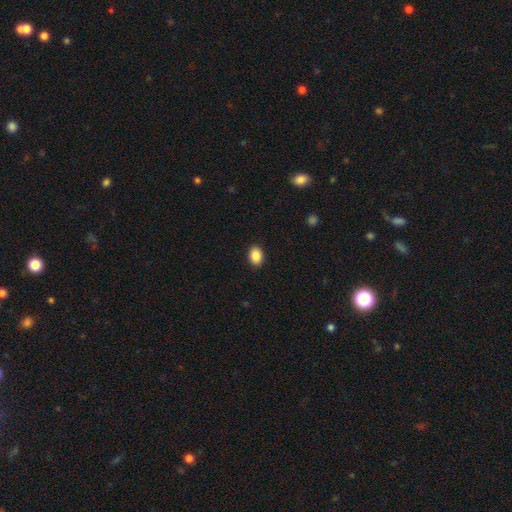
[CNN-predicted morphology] The model was most divided on "how rounded": in between: 75%, round: 24%, cigar-shaped: 1%. More confident: merging — none (91%); smooth or featured — smooth (89%).